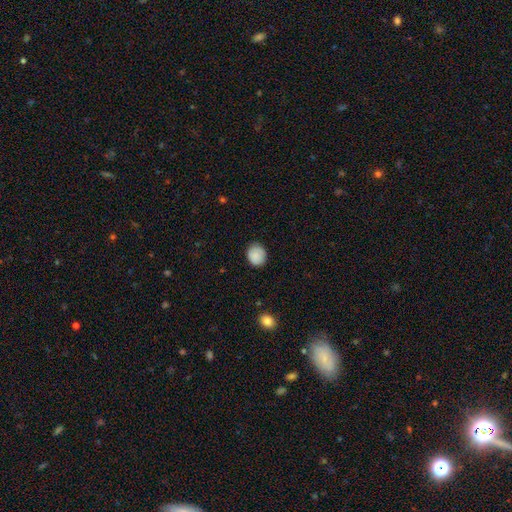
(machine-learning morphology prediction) Q: Smooth or featured?
A: smooth (88%); runner-up: star or artifact (8%)
Q: How rounded?
A: round (67%); runner-up: in between (32%)
Q: Merging?
A: none (82%); runner-up: minor disturbance (14%)